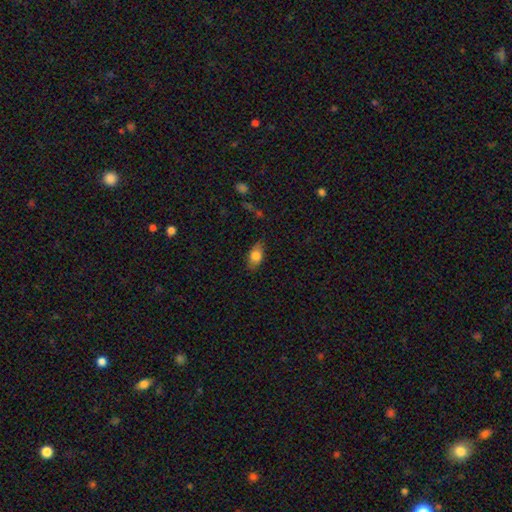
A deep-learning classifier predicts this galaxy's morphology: Smooth or featured: smooth — 79% (featured or disk — 13%)
How rounded: in between — 88% (round — 6%)
Merging: none — 78% (minor disturbance — 17%)